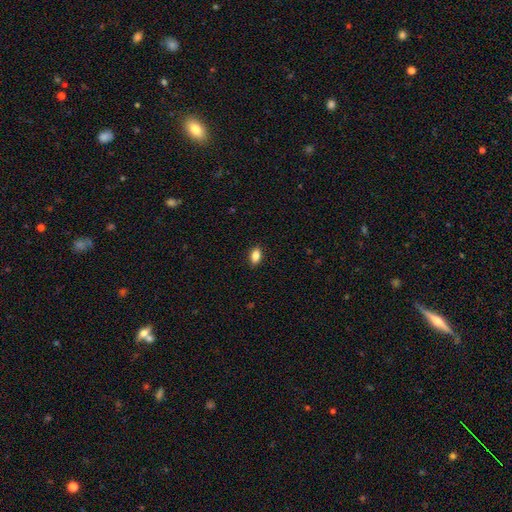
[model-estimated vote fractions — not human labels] Overall: smooth (86%). How rounded: in between (88%). Merging: none (89%).